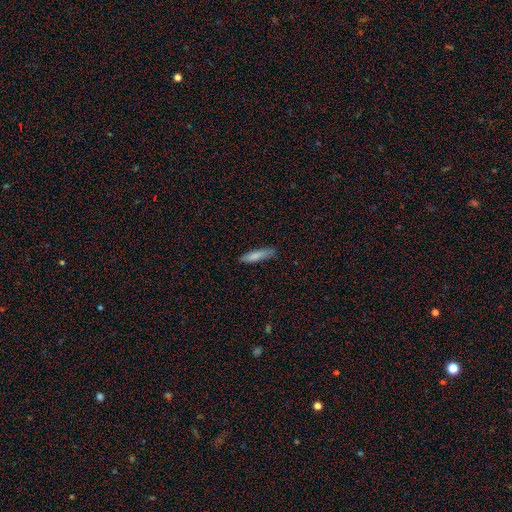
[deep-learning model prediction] smooth_or_featured: smooth (p=0.80) [alt: featured or disk p=0.14]
how_rounded: cigar-shaped (p=0.80) [alt: in between p=0.18]
merging: none (p=0.82) [alt: minor disturbance p=0.14]